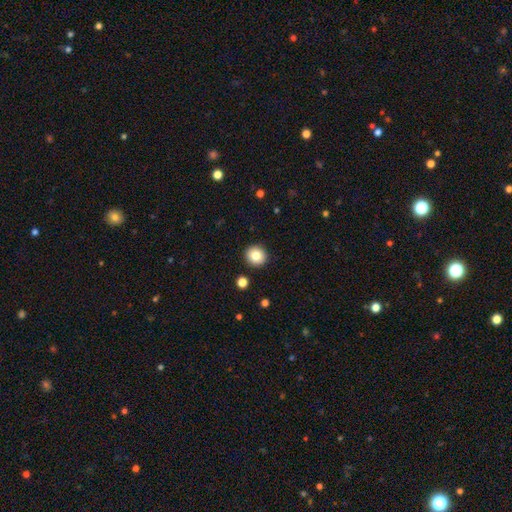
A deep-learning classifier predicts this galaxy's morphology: Smooth or featured: smooth — 82% (star or artifact — 10%)
How rounded: round — 92% (in between — 7%)
Merging: none — 92% (minor disturbance — 5%)